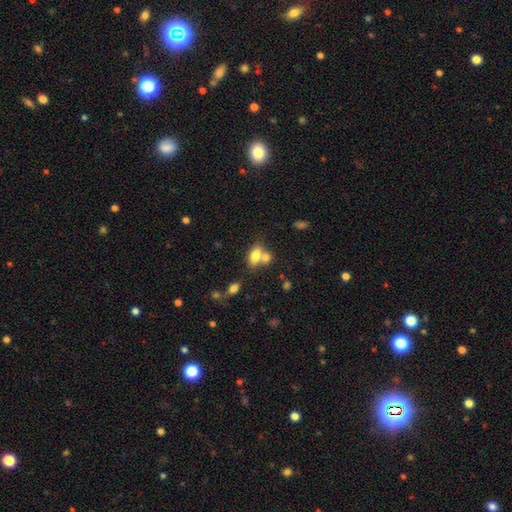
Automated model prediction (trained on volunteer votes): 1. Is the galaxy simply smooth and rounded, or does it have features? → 77% smooth, 13% featured or disk, 10% star or artifact.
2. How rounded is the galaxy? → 85% in between, 11% round, 4% cigar-shaped.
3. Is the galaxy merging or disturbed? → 46% merger, 39% none, 11% minor disturbance, 5% major disturbance.